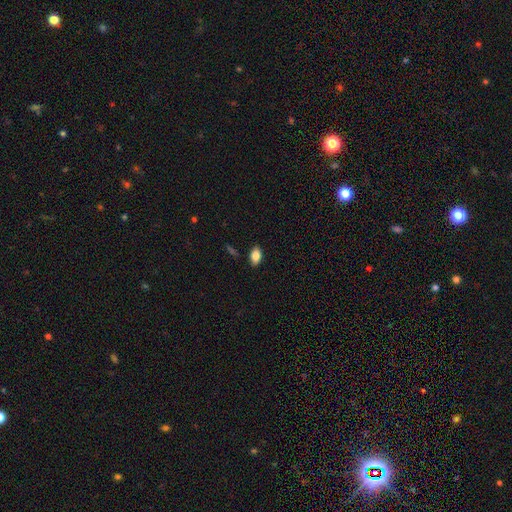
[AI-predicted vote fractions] Smooth or featured? Predicted: smooth (p=0.83). How rounded? Predicted: in between (p=0.91). Merging? Predicted: none (p=0.87).